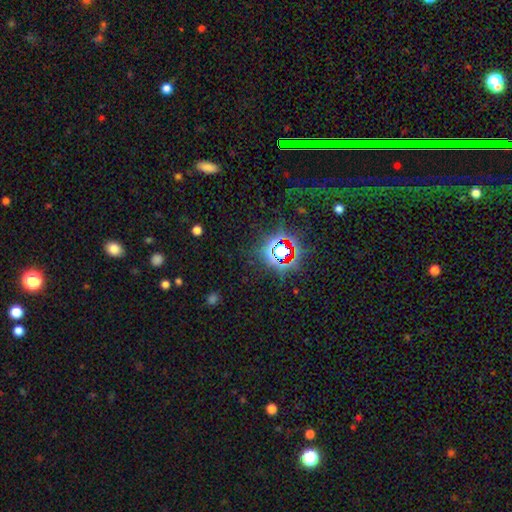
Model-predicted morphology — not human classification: type=star or artifact (77%).